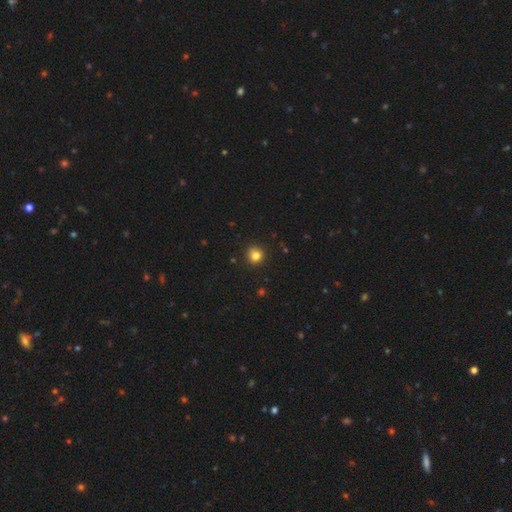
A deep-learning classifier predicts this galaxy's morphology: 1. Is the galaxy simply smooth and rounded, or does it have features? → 82% smooth, 12% star or artifact, 6% featured or disk.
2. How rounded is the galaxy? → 92% round, 8% in between, 1% cigar-shaped.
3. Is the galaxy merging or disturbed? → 90% none, 7% minor disturbance, 2% major disturbance, 1% merger.